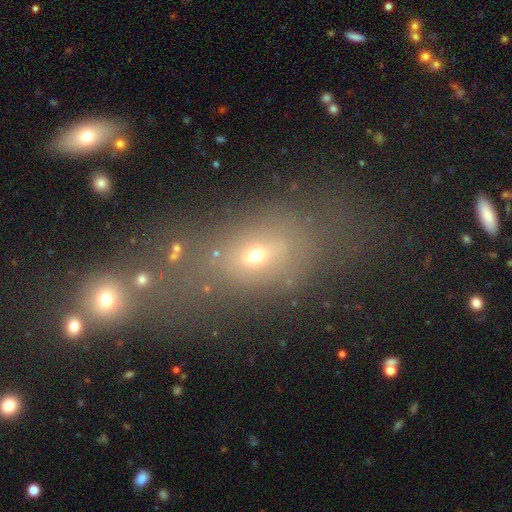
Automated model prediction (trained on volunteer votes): Morphology: type=smooth (56%); roundness=in between (66%); merging=none (45%).